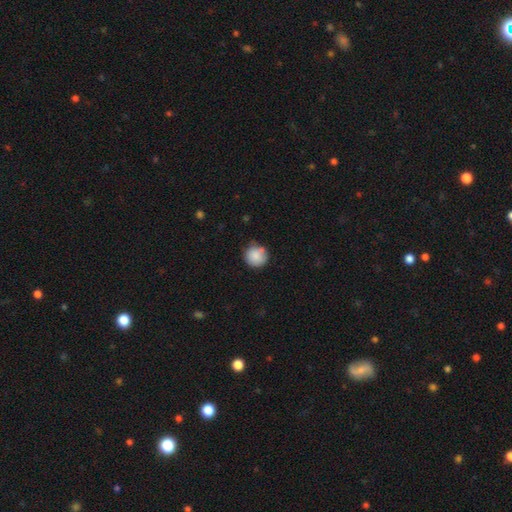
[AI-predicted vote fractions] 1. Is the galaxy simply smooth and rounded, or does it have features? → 87% smooth, 8% star or artifact, 6% featured or disk.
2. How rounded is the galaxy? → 93% round, 6% in between, 1% cigar-shaped.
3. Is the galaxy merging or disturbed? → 76% none, 17% minor disturbance, 4% merger, 3% major disturbance.